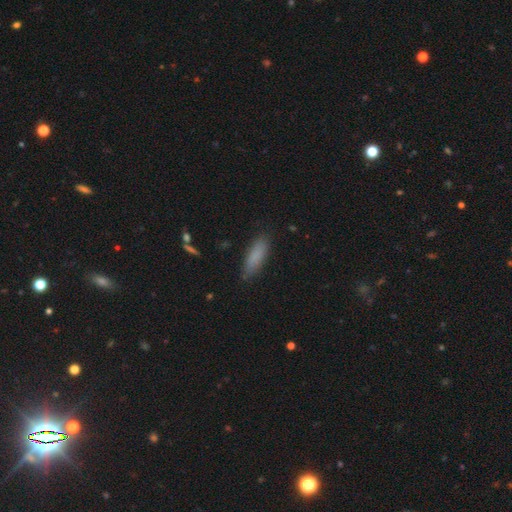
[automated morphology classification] Overall: smooth (83%). How rounded: cigar-shaped (50%; in between 48%). Merging: none (81%).